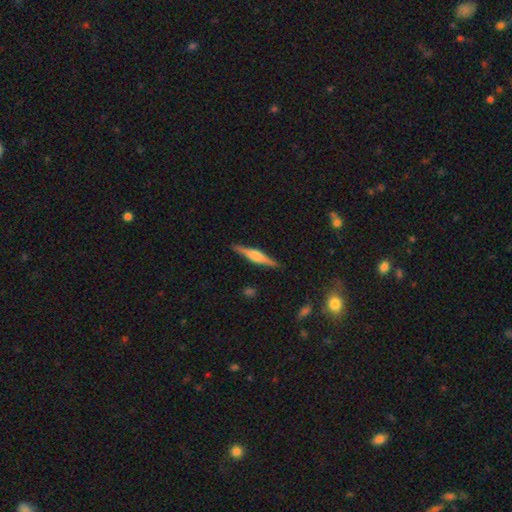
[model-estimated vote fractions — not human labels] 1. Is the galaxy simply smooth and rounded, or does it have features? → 74% featured or disk, 20% smooth, 6% star or artifact.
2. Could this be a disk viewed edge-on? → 98% yes, 2% no.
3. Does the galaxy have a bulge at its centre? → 74% rounded, 21% boxy, 5% none.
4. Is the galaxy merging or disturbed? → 90% none, 7% minor disturbance, 2% major disturbance, 1% merger.